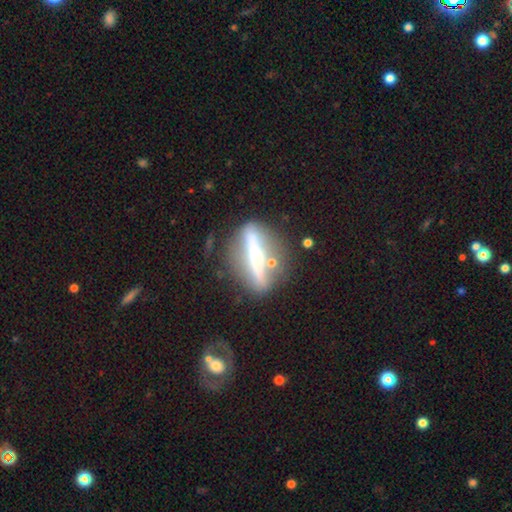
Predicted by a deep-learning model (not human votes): featured or disk 65%, smooth 27%, star or artifact 8%. Down the decision tree: edge-on disk — yes (69%); merging — none (70%).